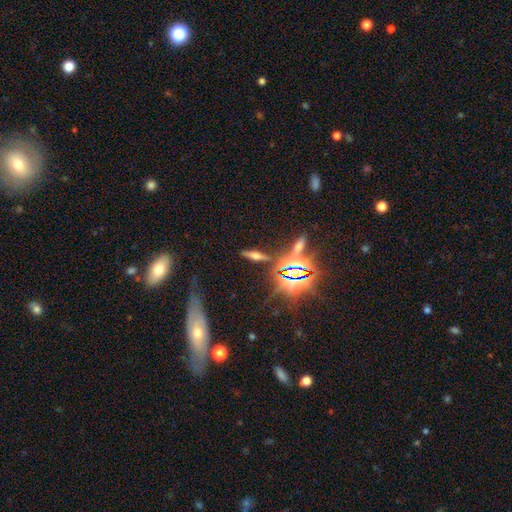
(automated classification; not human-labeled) This is marginally a featured or disk galaxy (41%). Merging: clearly none (83%).